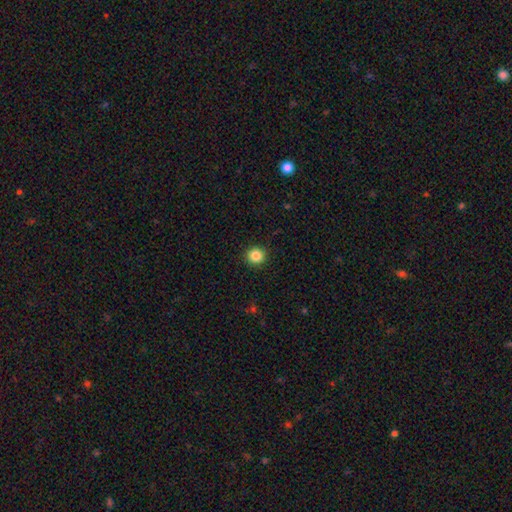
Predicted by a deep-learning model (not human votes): Q: Smooth or featured?
A: smooth (85%); runner-up: star or artifact (11%)
Q: How rounded?
A: round (93%); runner-up: in between (6%)
Q: Merging?
A: none (93%); runner-up: minor disturbance (5%)